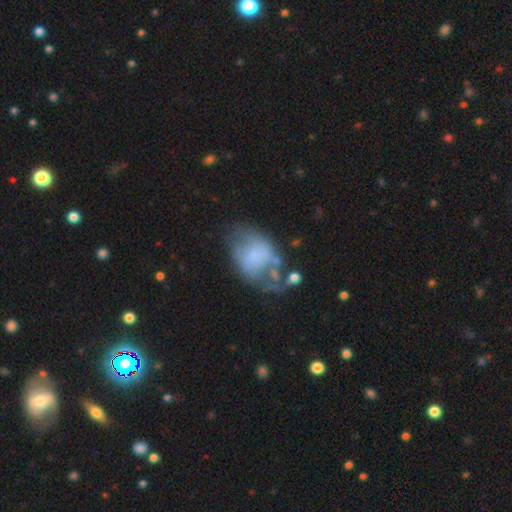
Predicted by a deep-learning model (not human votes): A featured or disk galaxy (48%).

Vote fractions:
- Smooth or featured? featured or disk: 48% / smooth: 42% / star or artifact: 10%
- Merging? major disturbance: 35% / none: 29% / minor disturbance: 25% / merger: 12%